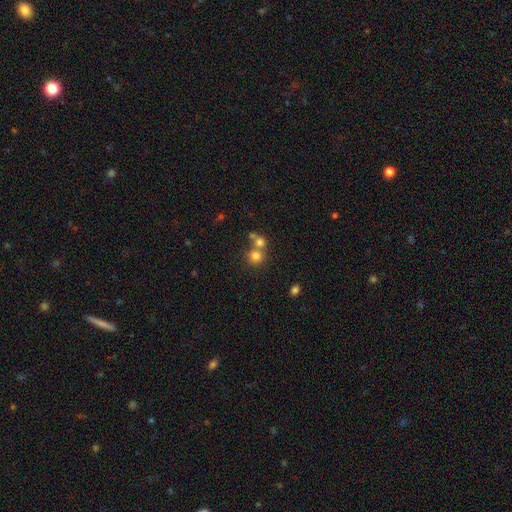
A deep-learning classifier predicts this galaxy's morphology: Q: Smooth or featured?
A: smooth (76%); runner-up: star or artifact (14%)
Q: How rounded?
A: round (86%); runner-up: in between (13%)
Q: Merging?
A: none (47%); runner-up: merger (43%)